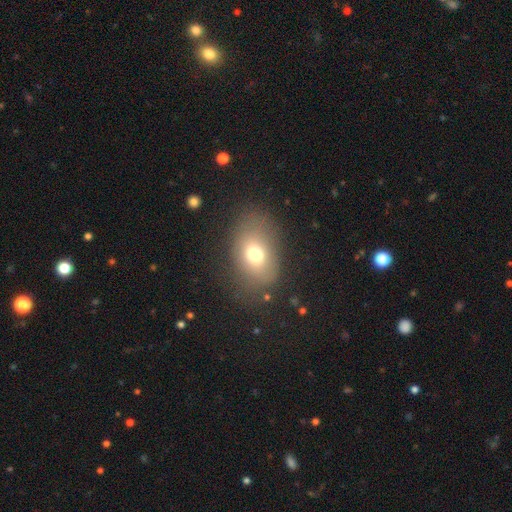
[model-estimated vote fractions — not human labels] Smooth or featured: smooth — 70% (featured or disk — 18%)
How rounded: in between — 79% (round — 20%)
Merging: none — 74% (minor disturbance — 16%)